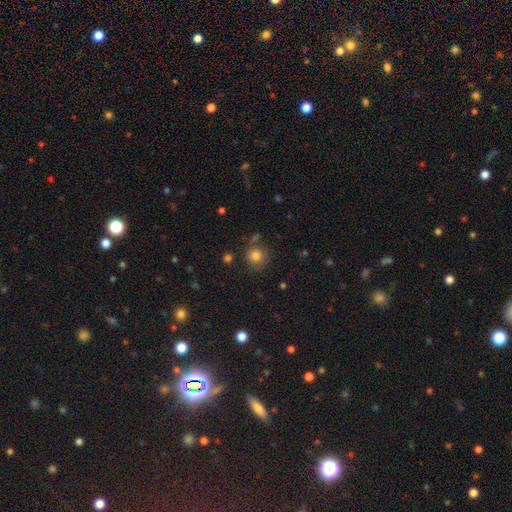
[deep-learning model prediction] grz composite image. It shows a smooth galaxy with no disk features (81%) that is round (91%). Merging: none (77%).